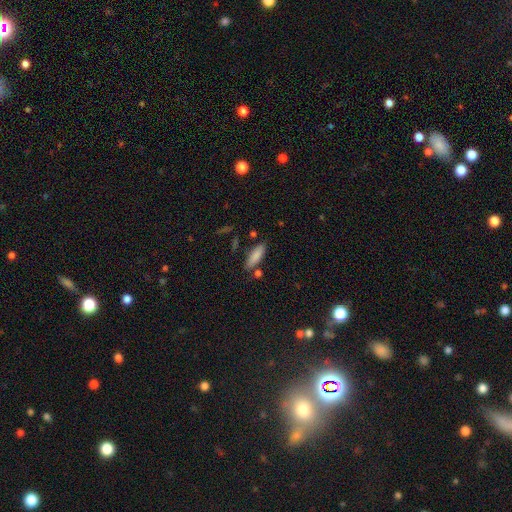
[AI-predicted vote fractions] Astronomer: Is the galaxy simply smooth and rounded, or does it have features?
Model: smooth — 85%.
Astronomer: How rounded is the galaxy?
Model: in between — 54% (runner-up: cigar-shaped, 44%).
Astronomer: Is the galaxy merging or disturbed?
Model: none — 79%.